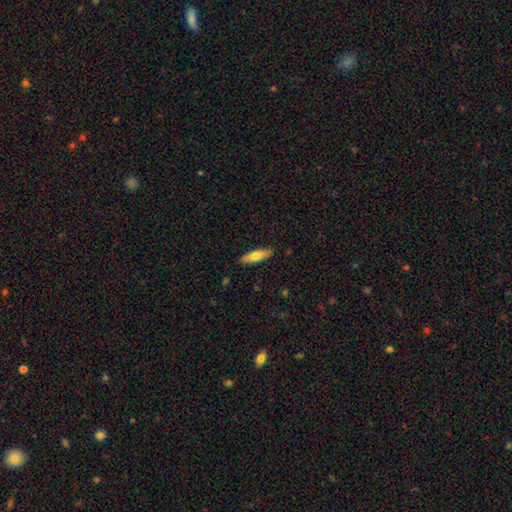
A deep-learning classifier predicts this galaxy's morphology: The model was most divided on "how rounded": cigar-shaped: 60%, in between: 39%, round: 2%. More confident: merging — none (88%); smooth or featured — smooth (68%).